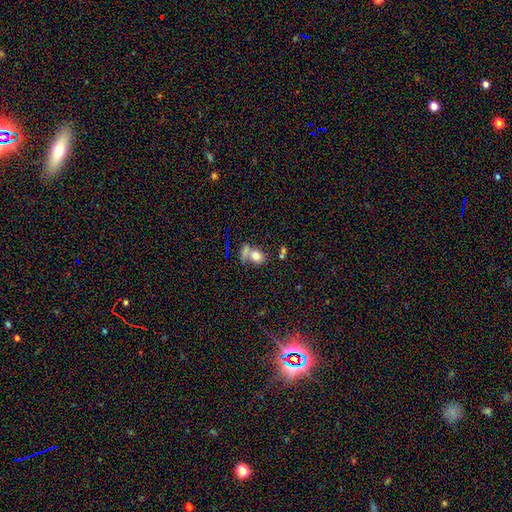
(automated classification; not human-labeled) Morphology: type=smooth (75%); roundness=in between (52%); merging=merger (41%).